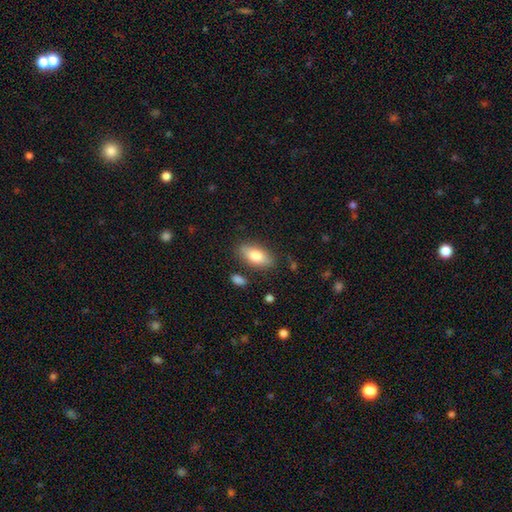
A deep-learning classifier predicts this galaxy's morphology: Smooth or featured? smooth (79%)
How rounded? in between (87%)
Merging? none (81%)